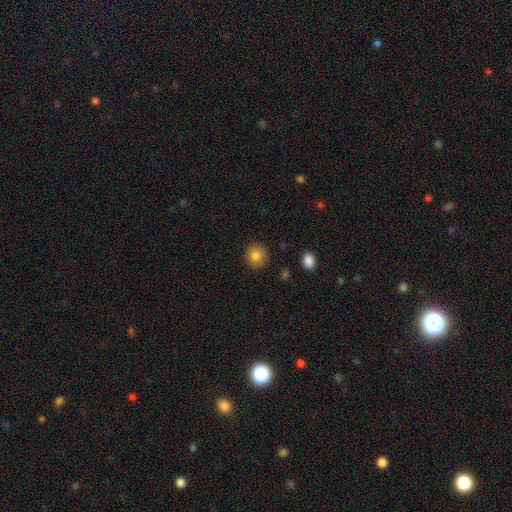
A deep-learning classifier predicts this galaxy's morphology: Q: Smooth or featured?
A: smooth (83%); runner-up: star or artifact (9%)
Q: How rounded?
A: round (87%); runner-up: in between (12%)
Q: Merging?
A: none (89%); runner-up: minor disturbance (8%)